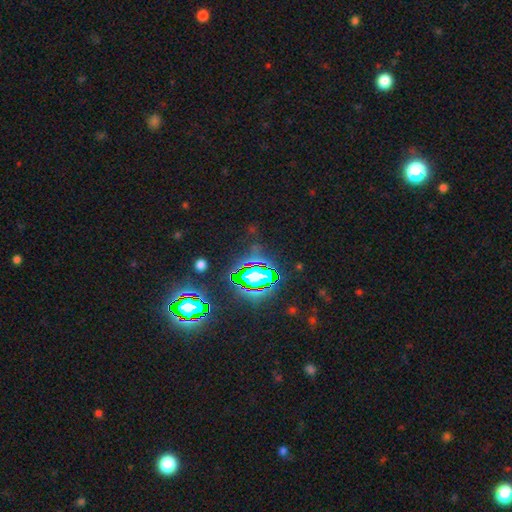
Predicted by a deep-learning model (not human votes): This is clearly a star or artifact rather than a galaxy (81%).